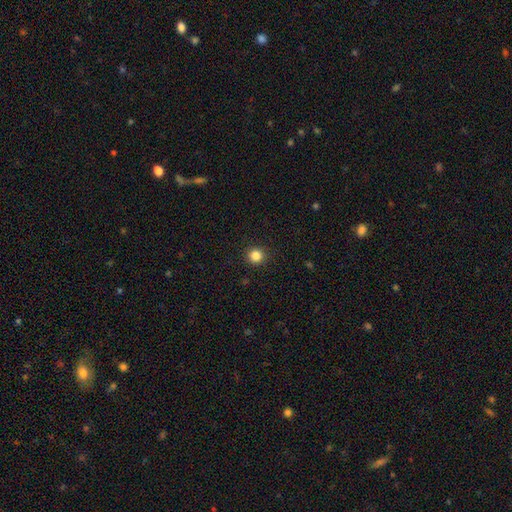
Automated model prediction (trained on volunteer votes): Smooth or featured? Predicted: smooth (p=0.85). How rounded? Predicted: round (p=0.93). Merging? Predicted: none (p=0.92).